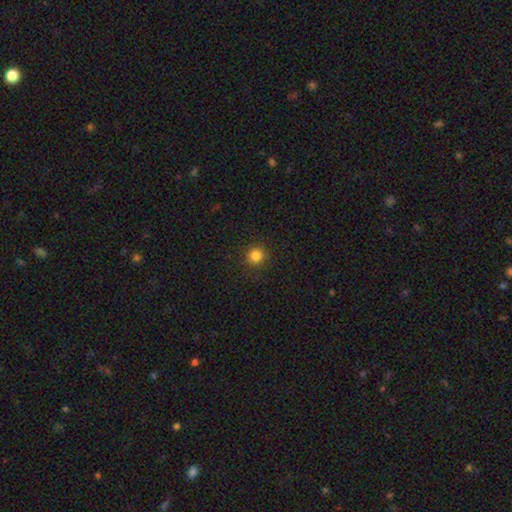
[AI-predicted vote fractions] smooth_or_featured: smooth (p=0.83) [alt: star or artifact p=0.13]
how_rounded: round (p=0.93) [alt: in between p=0.06]
merging: none (p=0.91) [alt: minor disturbance p=0.06]